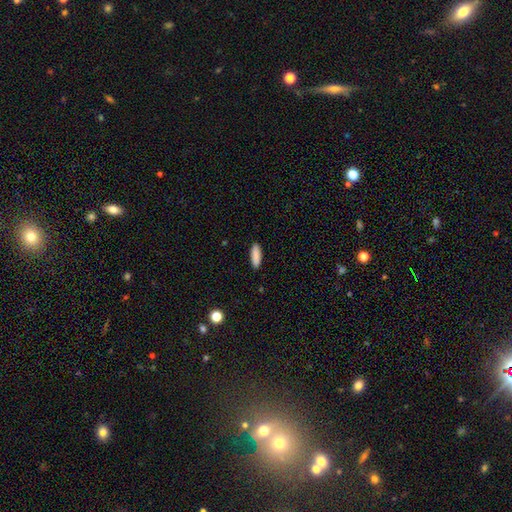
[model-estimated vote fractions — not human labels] Smooth or featured: smooth — 89% (star or artifact — 7%)
How rounded: cigar-shaped — 52% (in between — 46%)
Merging: none — 90% (minor disturbance — 7%)